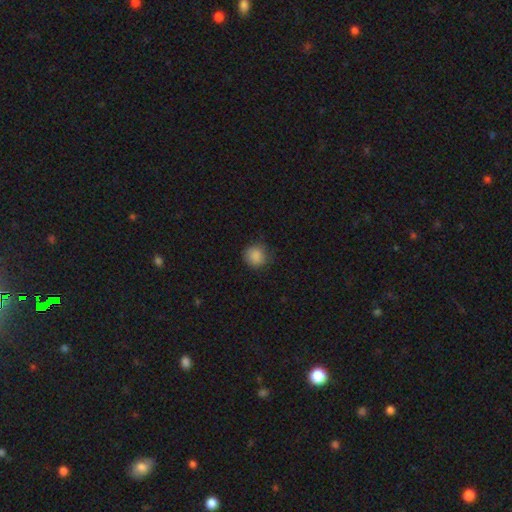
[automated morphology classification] A smooth galaxy with no disk features (87%) that is round (89%). Merging: none (81%).